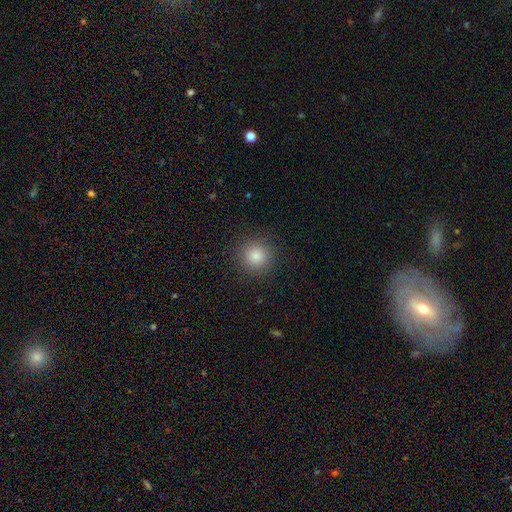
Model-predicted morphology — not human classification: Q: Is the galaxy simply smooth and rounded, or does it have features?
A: smooth — 83%.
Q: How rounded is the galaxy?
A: round — 95%.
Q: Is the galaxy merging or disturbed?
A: none — 92%.